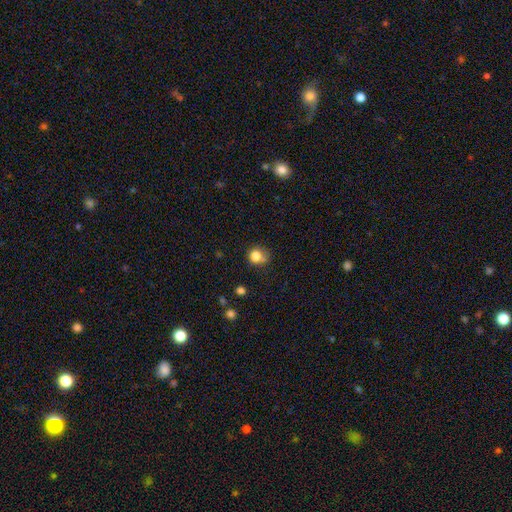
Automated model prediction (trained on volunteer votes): Overall: smooth (81%). How rounded: round (78%). Merging: none (54%; minor disturbance 29%).